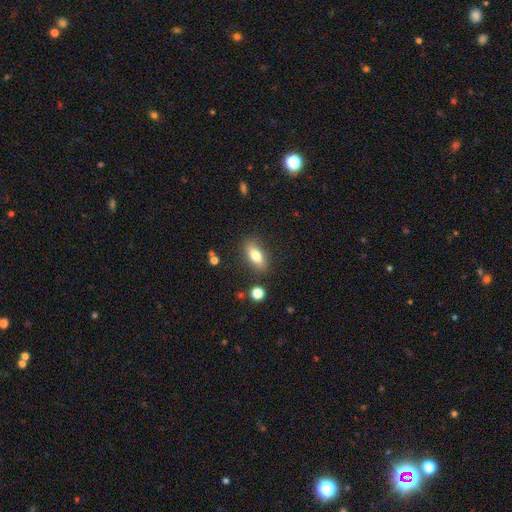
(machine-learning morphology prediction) Q: Smooth or featured?
A: smooth (77%); runner-up: featured or disk (15%)
Q: How rounded?
A: in between (79%); runner-up: cigar-shaped (17%)
Q: Merging?
A: none (83%); runner-up: minor disturbance (11%)